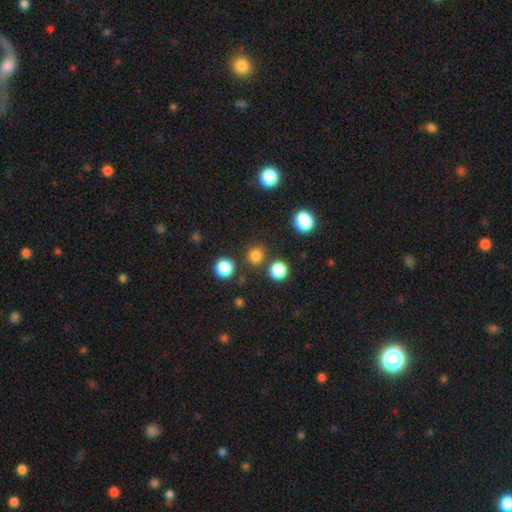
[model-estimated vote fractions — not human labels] A smooth galaxy with no disk features (77%) that is round (91%).

Vote fractions:
- Smooth or featured? smooth: 77% / star or artifact: 18% / featured or disk: 5%
- How rounded? round: 91% / in between: 8% / cigar-shaped: 1%
- Merging? none: 82% / merger: 8% / minor disturbance: 7% / major disturbance: 3%